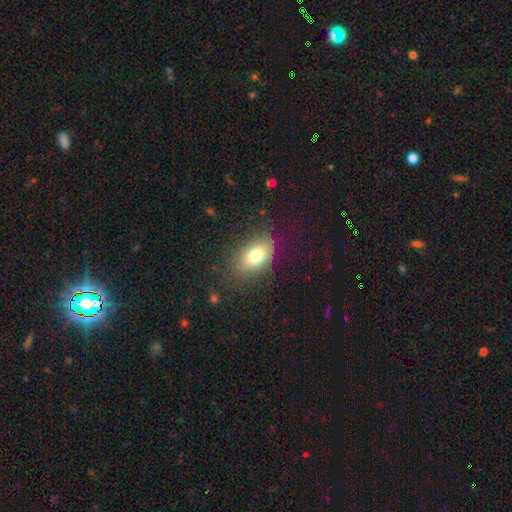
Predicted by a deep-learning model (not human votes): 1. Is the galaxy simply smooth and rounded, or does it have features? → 76% smooth, 13% featured or disk, 10% star or artifact.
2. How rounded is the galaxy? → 83% in between, 15% round, 2% cigar-shaped.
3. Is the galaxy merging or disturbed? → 80% none, 13% minor disturbance, 6% major disturbance, 1% merger.